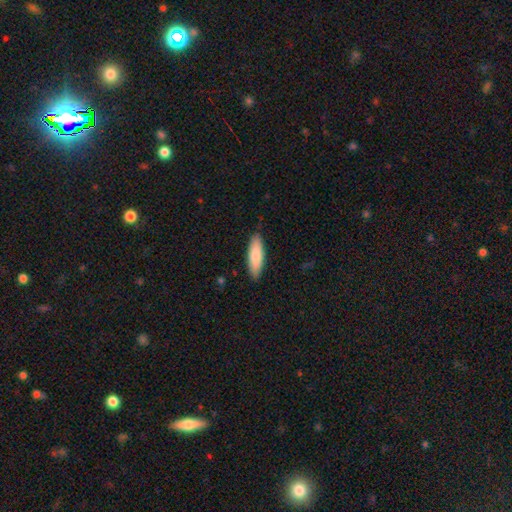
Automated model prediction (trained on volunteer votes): The model was most divided on "how rounded" (2-way tie): in between: 49%, cigar-shaped: 49%, round: 1%. More confident: merging — none (88%); smooth or featured — smooth (83%).